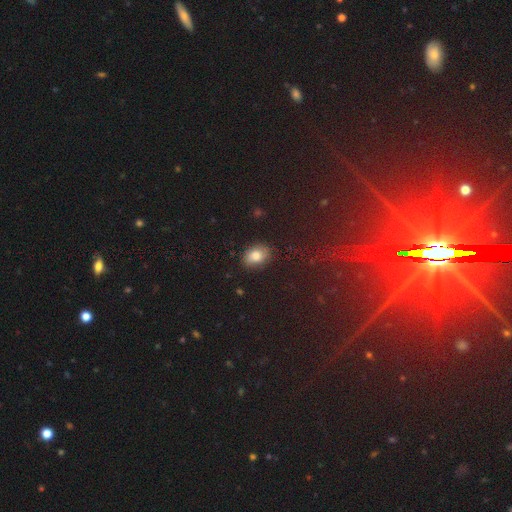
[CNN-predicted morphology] This appears to be a smooth galaxy with no disk features (77%) that is in between round and cigar-shaped (77%). Merging: none (81%).